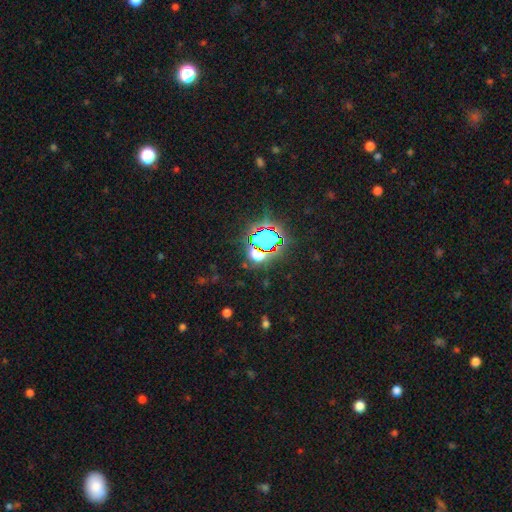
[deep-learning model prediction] star or artifact 78%, smooth 13%, featured or disk 9%.